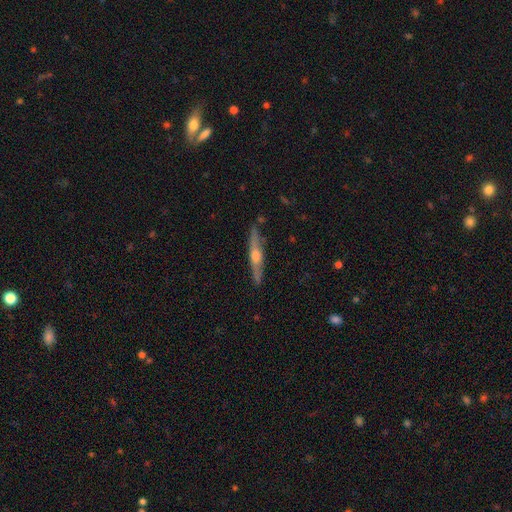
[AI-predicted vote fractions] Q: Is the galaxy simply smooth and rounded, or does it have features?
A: featured or disk — 74%.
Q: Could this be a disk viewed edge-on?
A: yes — 96%.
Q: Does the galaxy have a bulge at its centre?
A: rounded — 90%.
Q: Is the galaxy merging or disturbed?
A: none — 87%.